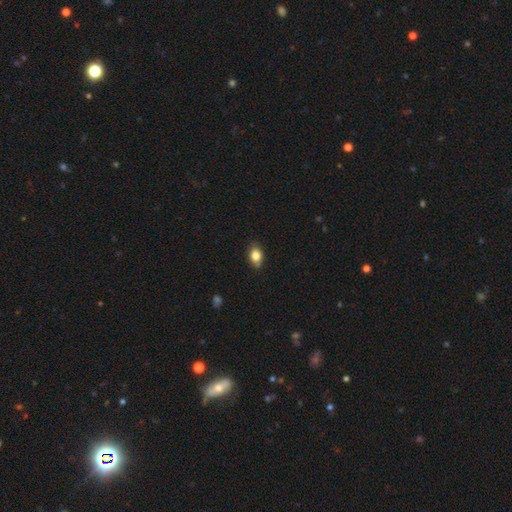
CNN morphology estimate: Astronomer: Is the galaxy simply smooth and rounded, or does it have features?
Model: smooth — 81%.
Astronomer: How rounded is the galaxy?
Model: in between — 77%.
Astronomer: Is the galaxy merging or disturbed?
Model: none — 80%.